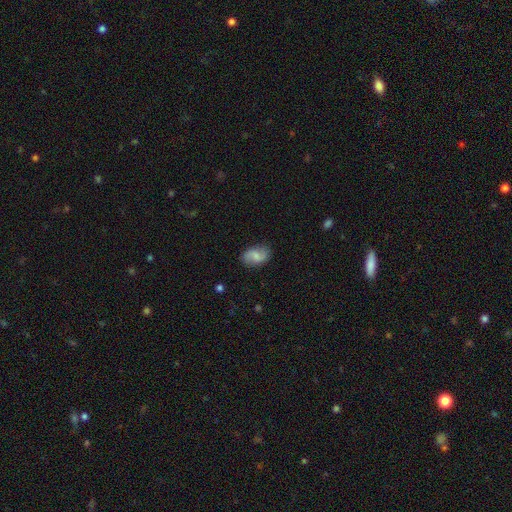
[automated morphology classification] Overall: featured or disk (48%; smooth 44%). Merging: none (80%).